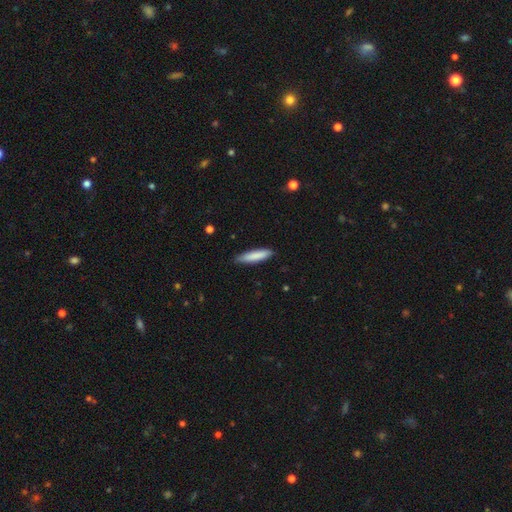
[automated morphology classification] Smooth or featured: smooth — 84% (featured or disk — 10%)
How rounded: cigar-shaped — 82% (in between — 17%)
Merging: none — 85% (minor disturbance — 12%)